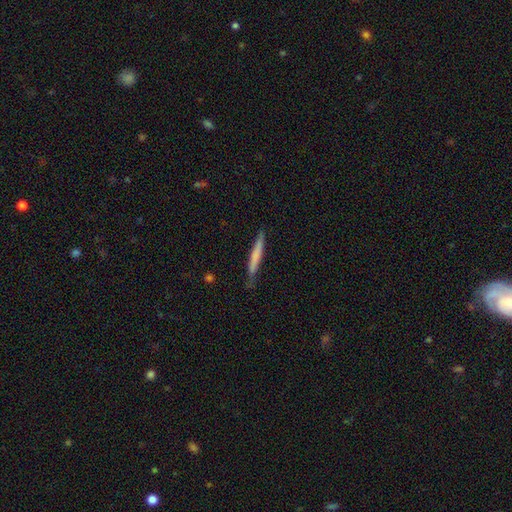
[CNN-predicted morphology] Smooth or featured? Predicted: smooth (p=0.65). How rounded? Predicted: cigar-shaped (p=0.96). Merging? Predicted: none (p=0.76).